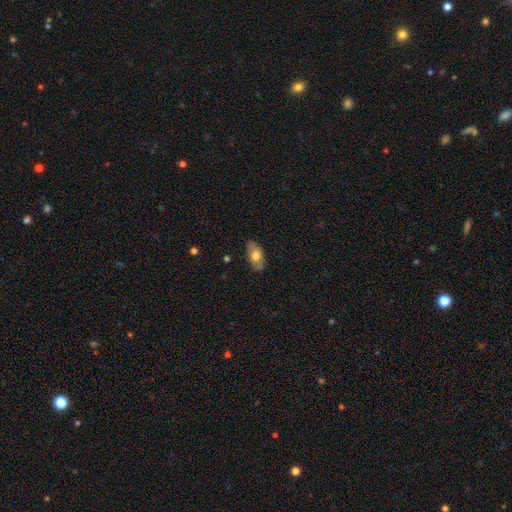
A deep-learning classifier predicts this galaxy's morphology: This appears to be a smooth galaxy with no disk features (66%) that is in between round and cigar-shaped (92%). Merging: none (82%).